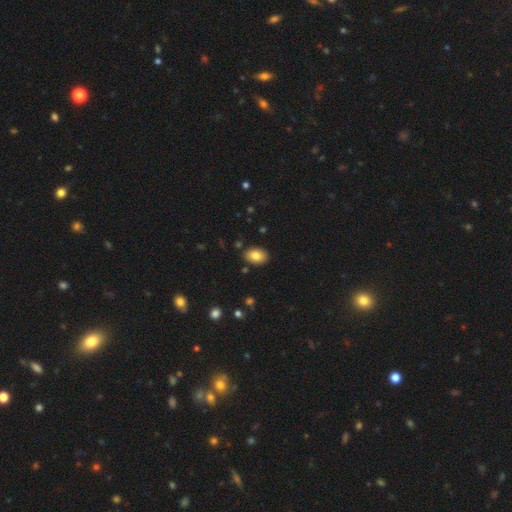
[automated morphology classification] Q: Smooth or featured?
A: smooth (83%); runner-up: featured or disk (10%)
Q: How rounded?
A: in between (86%); runner-up: round (13%)
Q: Merging?
A: none (88%); runner-up: minor disturbance (9%)